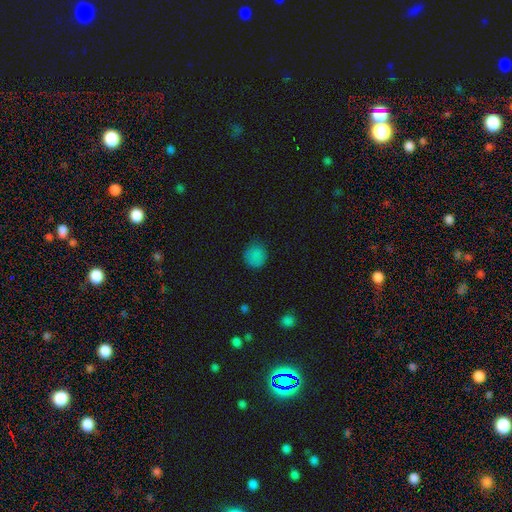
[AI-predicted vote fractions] This is clearly a smooth galaxy (80%). How rounded: clearly round (81%). Merging: likely none (73%).